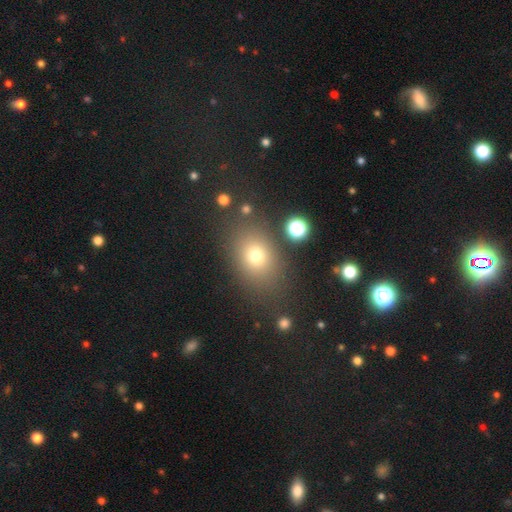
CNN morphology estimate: Smooth or featured?
  - smooth: 73% *
  - star or artifact: 16%
  - featured or disk: 11%
How rounded?
  - in between: 61% *
  - round: 38%
  - cigar-shaped: 1%
Merging?
  - none: 78% *
  - minor disturbance: 12%
  - major disturbance: 6%
  - merger: 4%